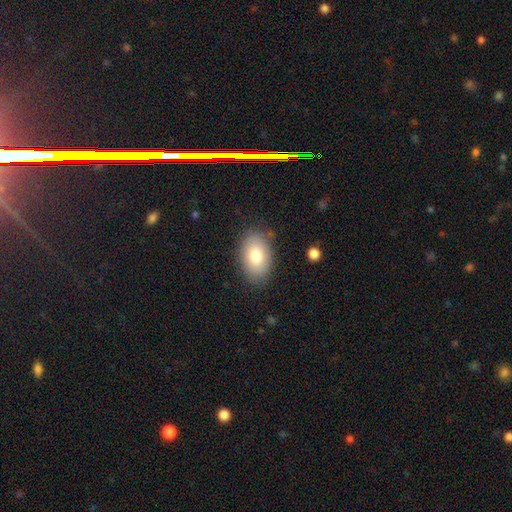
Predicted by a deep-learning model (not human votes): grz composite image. It shows a smooth galaxy with no disk features (82%) that is in between round and cigar-shaped (92%). Merging: none (82%).